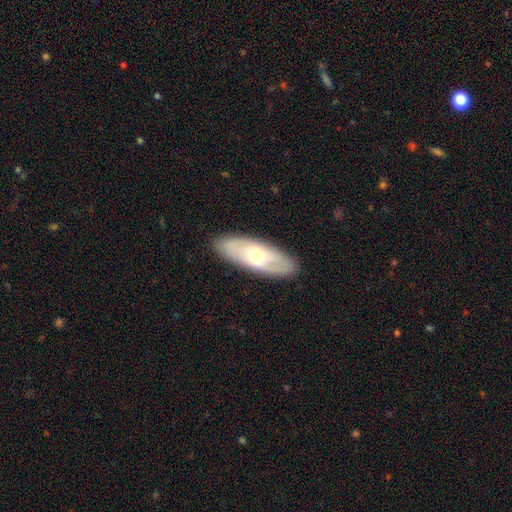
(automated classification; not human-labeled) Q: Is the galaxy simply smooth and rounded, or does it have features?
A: smooth — 48%.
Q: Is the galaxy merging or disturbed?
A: none — 87%.